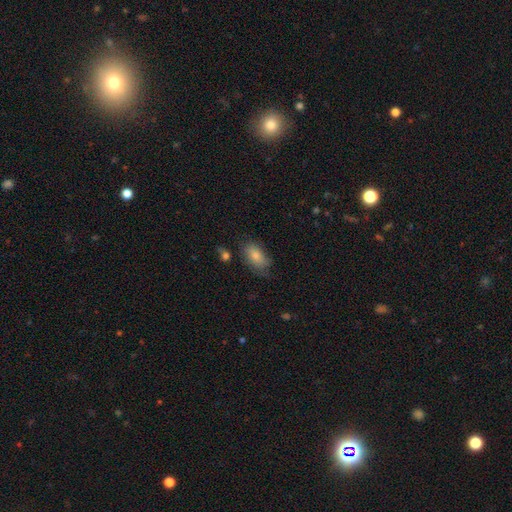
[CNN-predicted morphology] A smooth galaxy with no disk features (80%) that is in between round and cigar-shaped (91%). Merging: none (60%).